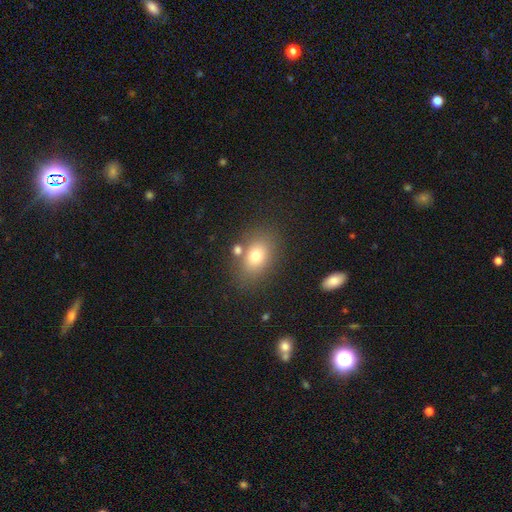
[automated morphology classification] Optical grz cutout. It shows a smooth galaxy with no disk features (74%) that is in between round and cigar-shaped (75%). Merging: none (72%).